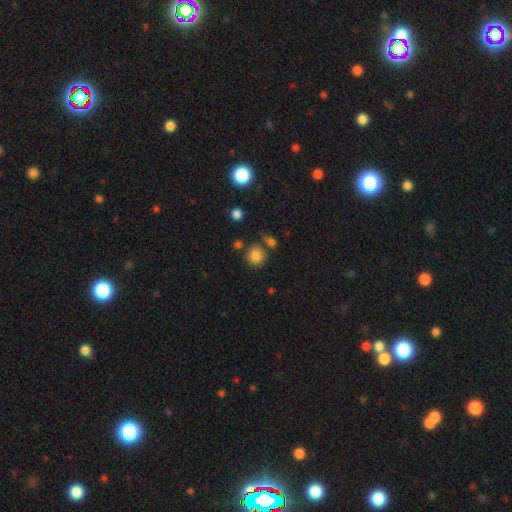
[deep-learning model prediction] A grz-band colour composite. It shows a smooth galaxy with no disk features (80%) that is round (87%). Merging: none (73%).